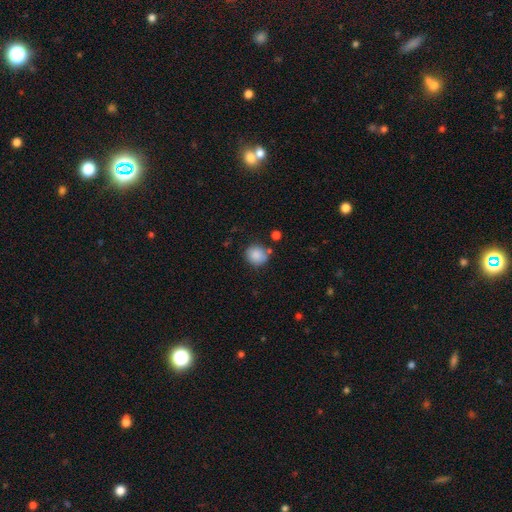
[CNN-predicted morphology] Q: Smooth or featured?
A: smooth (87%); runner-up: star or artifact (8%)
Q: How rounded?
A: round (84%); runner-up: in between (15%)
Q: Merging?
A: none (76%); runner-up: minor disturbance (13%)